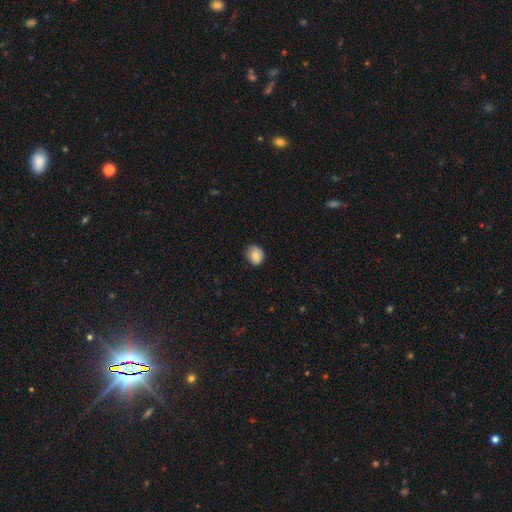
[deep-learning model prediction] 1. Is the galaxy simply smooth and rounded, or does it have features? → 84% smooth, 8% star or artifact, 8% featured or disk.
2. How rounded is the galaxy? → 63% round, 36% in between, 1% cigar-shaped.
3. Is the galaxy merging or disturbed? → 74% none, 21% minor disturbance, 4% major disturbance, 1% merger.